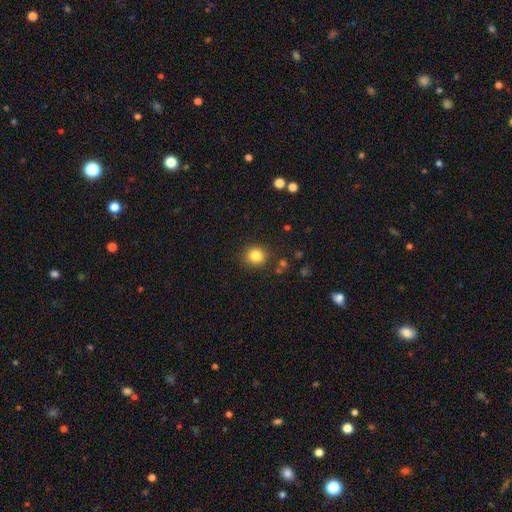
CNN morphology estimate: Smooth or featured? smooth (83%)
How rounded? round (86%)
Merging? none (87%)